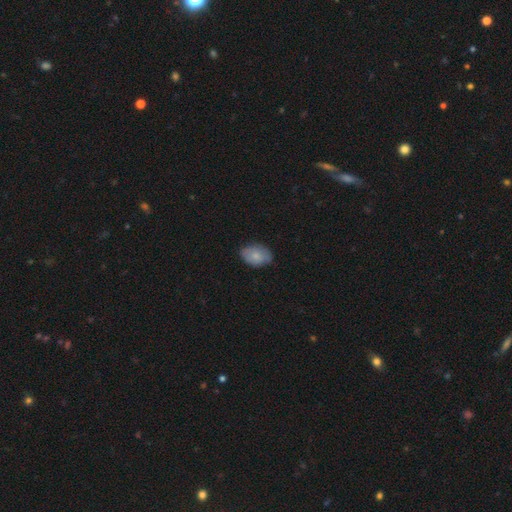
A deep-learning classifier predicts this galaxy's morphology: A smooth galaxy with no disk features (78%) that is in between round and cigar-shaped (84%). Merging: none (74%).